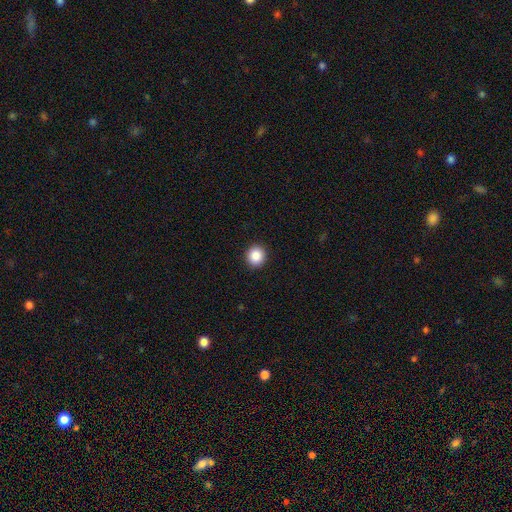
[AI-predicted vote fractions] This is clearly a smooth galaxy (88%). How rounded: clearly round (92%). Merging: clearly none (93%).